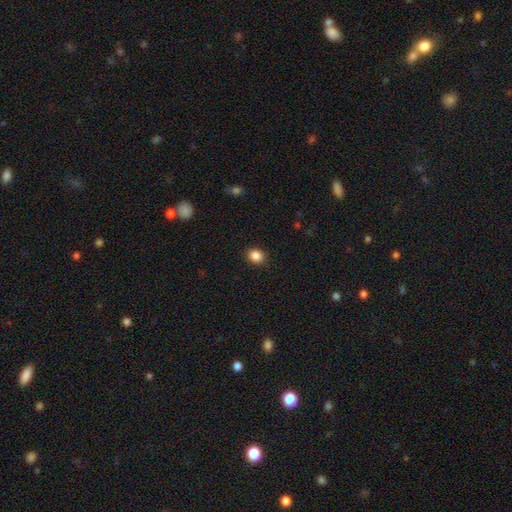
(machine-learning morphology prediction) Smooth or featured? smooth (87%)
How rounded? round (54%)
Merging? none (89%)